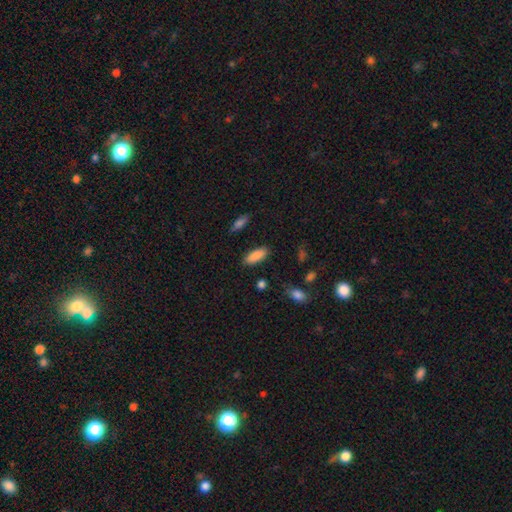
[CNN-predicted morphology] Smooth or featured? smooth (88%)
How rounded? in between (78%)
Merging? none (86%)